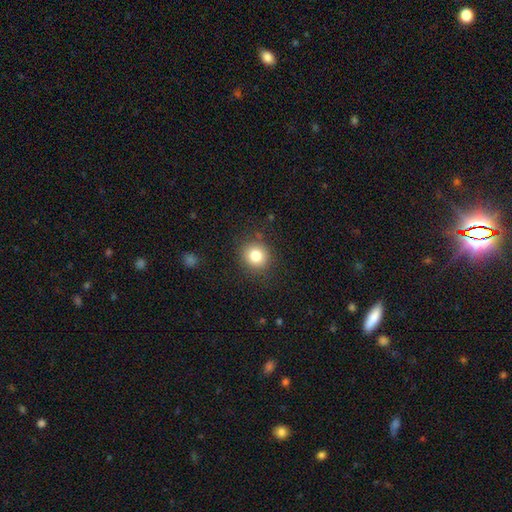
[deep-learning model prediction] Morphology: type=smooth (81%); roundness=round (88%); merging=none (87%).